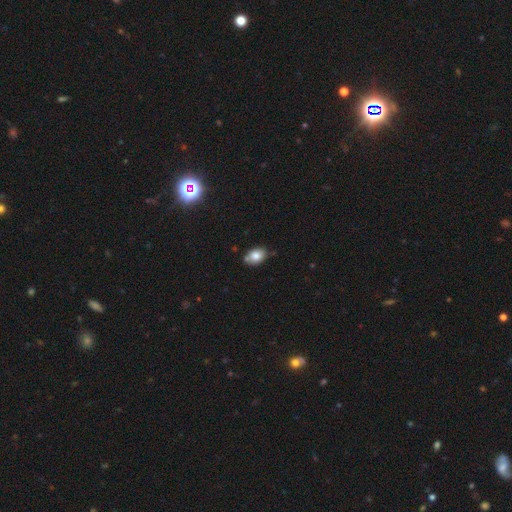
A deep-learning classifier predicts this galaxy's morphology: The model was most divided on "merging": none: 72%, minor disturbance: 19%, merger: 7%, major disturbance: 3%. More confident: how rounded — in between (81%); smooth or featured — smooth (80%).